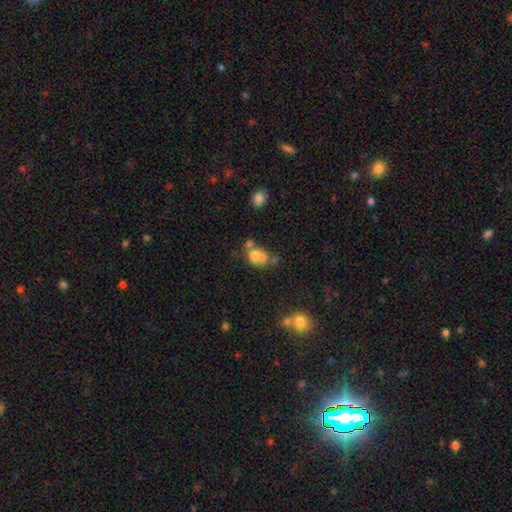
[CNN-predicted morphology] Smooth or featured? smooth (64%)
How rounded? in between (53%)
Merging? merger (53%)